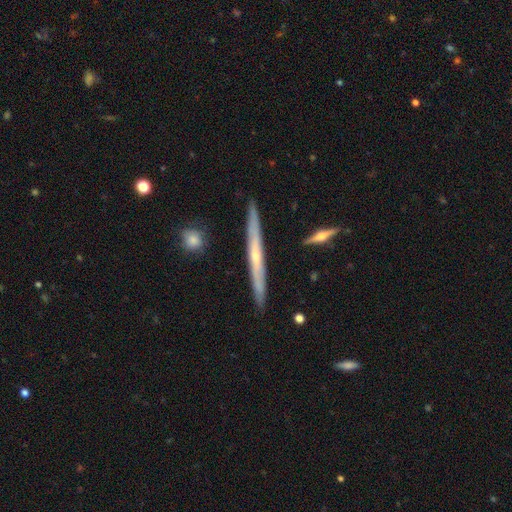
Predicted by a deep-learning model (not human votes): This appears to be a featured or disk galaxy (68%) viewed edge-on (96%) with no central bulge (49%). Merging: none (90%).